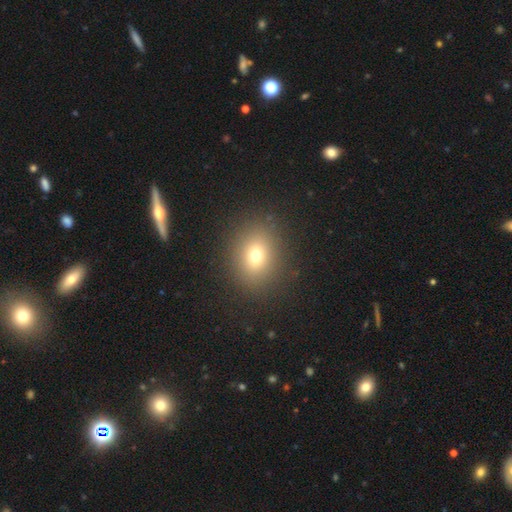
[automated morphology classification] A smooth galaxy with no disk features (72%) that is round (55%).

Vote fractions:
- Smooth or featured? smooth: 72% / star or artifact: 16% / featured or disk: 12%
- How rounded? round: 55% / in between: 44% / cigar-shaped: 1%
- Merging? none: 87% / minor disturbance: 7% / major disturbance: 4% / merger: 1%